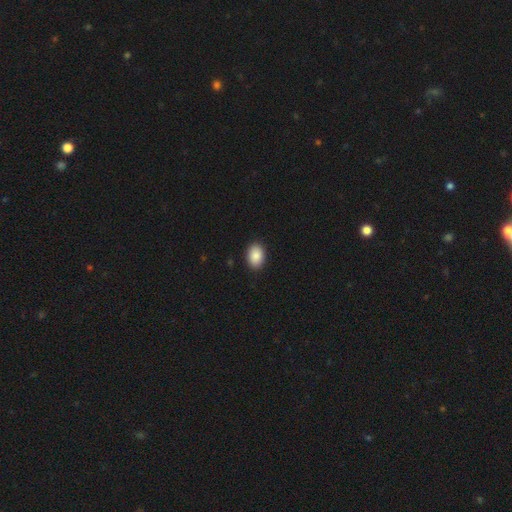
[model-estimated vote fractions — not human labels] This is clearly a smooth galaxy (88%). How rounded: clearly in between (81%). Merging: clearly none (90%).